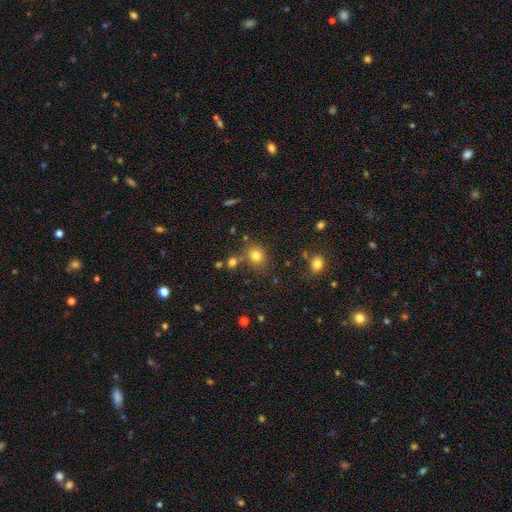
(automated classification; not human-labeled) A smooth galaxy with no disk features (78%) that is round (71%). Merging: none (74%).